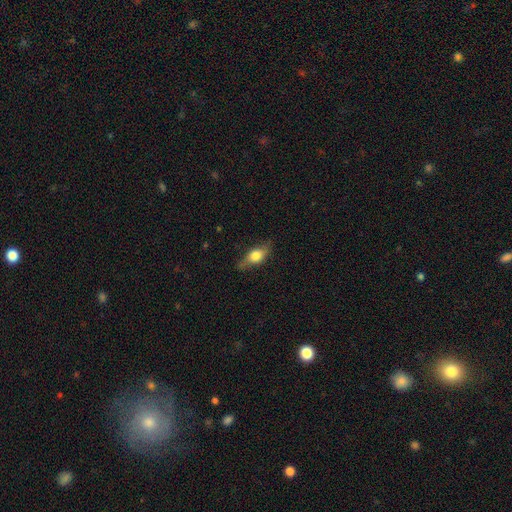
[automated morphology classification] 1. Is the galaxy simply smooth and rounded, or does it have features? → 55% smooth, 37% featured or disk, 8% star or artifact.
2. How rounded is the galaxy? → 69% in between, 19% cigar-shaped, 12% round.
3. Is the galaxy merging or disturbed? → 72% none, 21% minor disturbance, 6% major disturbance, 1% merger.